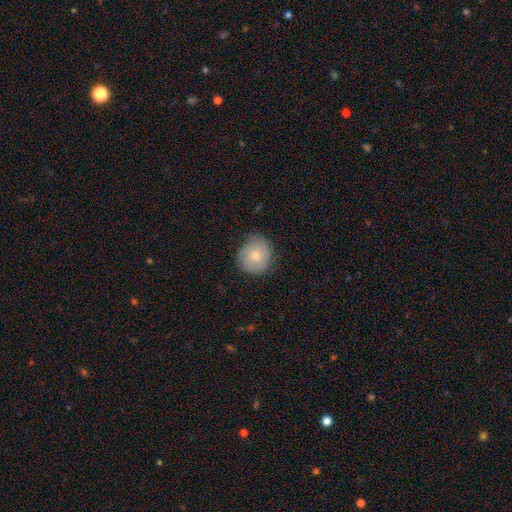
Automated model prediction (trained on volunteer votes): smooth 70%, featured or disk 23%, star or artifact 7%. Down the decision tree: how rounded — round (89%); merging — none (80%).